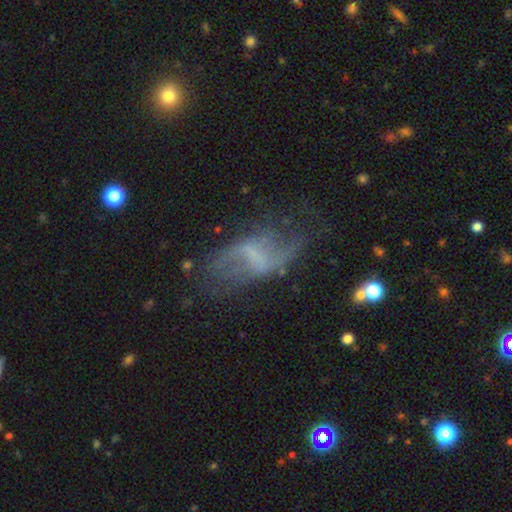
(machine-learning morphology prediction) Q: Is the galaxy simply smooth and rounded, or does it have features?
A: featured or disk — 74%.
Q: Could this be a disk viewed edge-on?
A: no — 94%.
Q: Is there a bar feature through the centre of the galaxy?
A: weak — 44%.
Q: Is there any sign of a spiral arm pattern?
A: yes — 75%.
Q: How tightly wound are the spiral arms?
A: loose — 78%.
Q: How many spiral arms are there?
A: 2 — 79%.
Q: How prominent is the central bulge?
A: none — 57%.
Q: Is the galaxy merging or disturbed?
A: none — 50%.